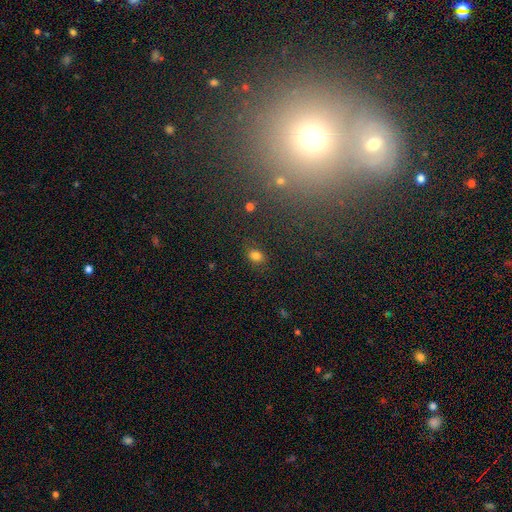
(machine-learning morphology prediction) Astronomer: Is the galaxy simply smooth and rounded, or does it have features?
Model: smooth — 79%.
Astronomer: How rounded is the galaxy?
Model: in between — 68%.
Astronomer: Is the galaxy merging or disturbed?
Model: none — 83%.